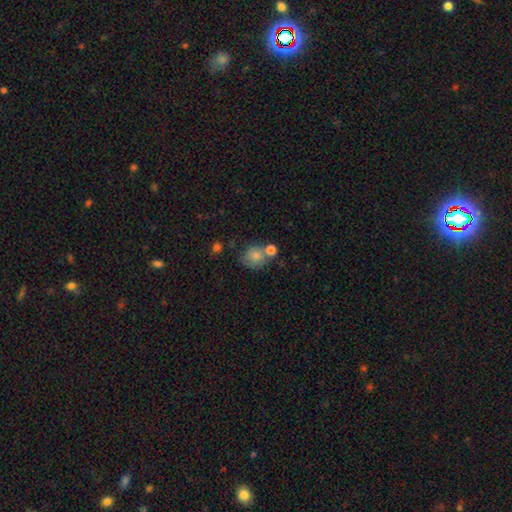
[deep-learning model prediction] This is likely a smooth galaxy (79%). How rounded: likely round (70%). Merging: possibly none (48%).